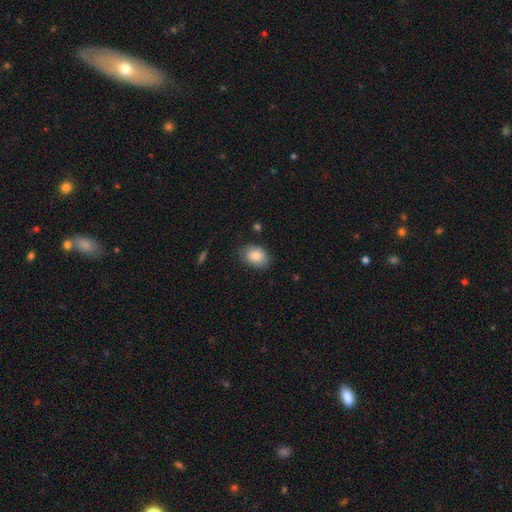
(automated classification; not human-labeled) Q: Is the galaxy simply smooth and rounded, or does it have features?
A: smooth — 85%.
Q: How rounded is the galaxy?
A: in between — 78%.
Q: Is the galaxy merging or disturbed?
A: none — 79%.